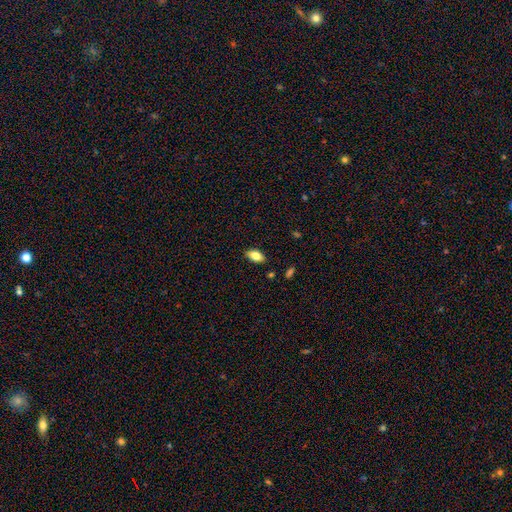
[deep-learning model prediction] smooth_or_featured: smooth (p=0.80) [alt: featured or disk p=0.12]
how_rounded: in between (p=0.90) [alt: cigar-shaped p=0.06]
merging: none (p=0.86) [alt: minor disturbance p=0.10]